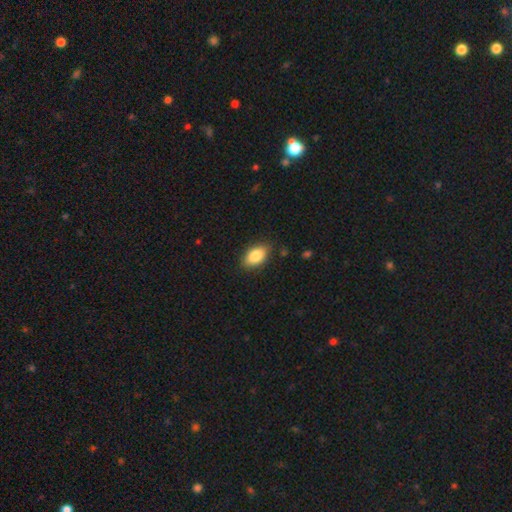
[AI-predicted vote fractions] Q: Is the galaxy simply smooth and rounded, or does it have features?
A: smooth — 84%.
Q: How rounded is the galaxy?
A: in between — 90%.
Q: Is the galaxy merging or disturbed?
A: none — 84%.